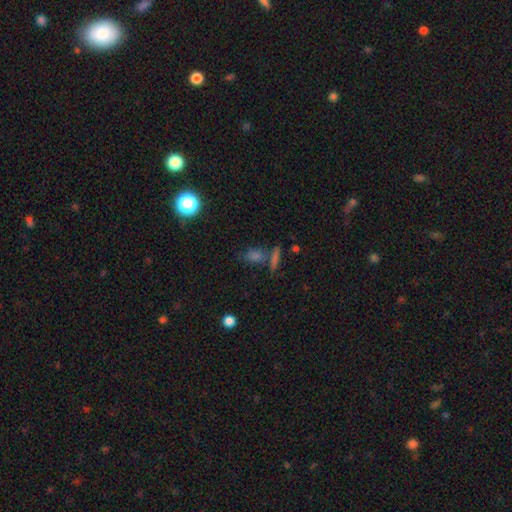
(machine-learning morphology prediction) This appears to be a smooth galaxy with no disk features (55%) that is in between round and cigar-shaped (49%). Merging: none (60%).